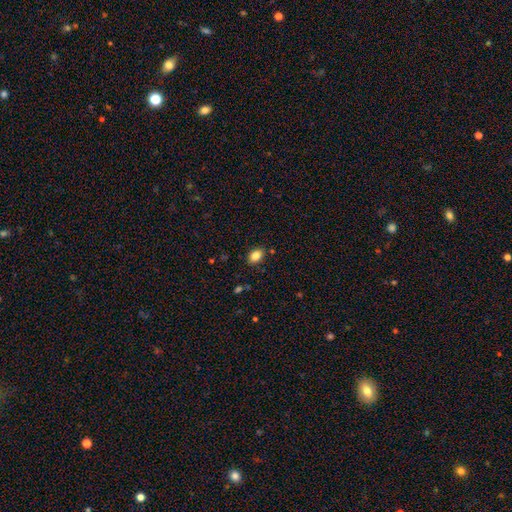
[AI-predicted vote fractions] Smooth or featured: smooth — 85% (star or artifact — 9%)
How rounded: in between — 82% (round — 17%)
Merging: none — 86% (minor disturbance — 10%)